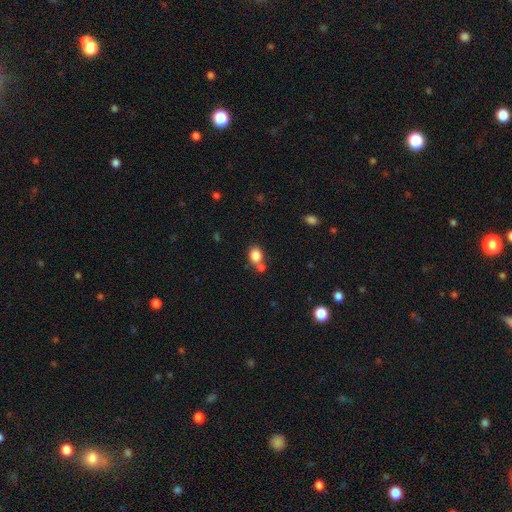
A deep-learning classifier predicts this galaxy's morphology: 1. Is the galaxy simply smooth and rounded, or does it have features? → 84% smooth, 10% star or artifact, 6% featured or disk.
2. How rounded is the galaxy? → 53% round, 46% in between, 1% cigar-shaped.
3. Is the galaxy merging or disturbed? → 53% none, 32% merger, 11% minor disturbance, 4% major disturbance.